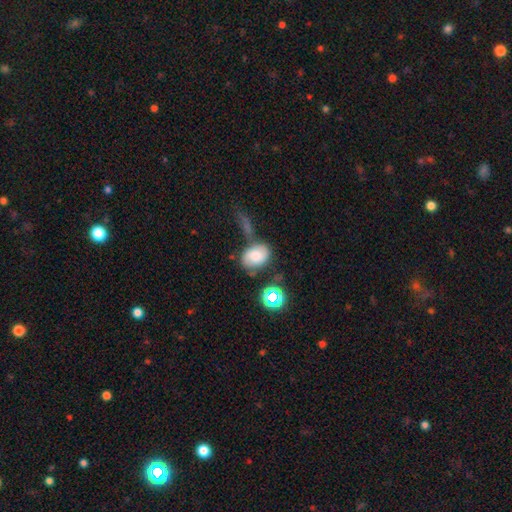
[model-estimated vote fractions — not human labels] Smooth or featured: smooth — 66% (featured or disk — 21%)
How rounded: in between — 73% (round — 26%)
Merging: none — 47% (minor disturbance — 21%)